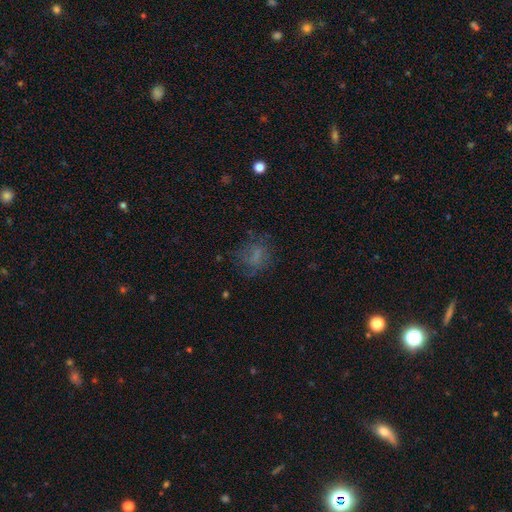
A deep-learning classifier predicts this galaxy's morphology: This appears to be a smooth galaxy with no disk features (57%) that is round (60%). Merging: none (62%).